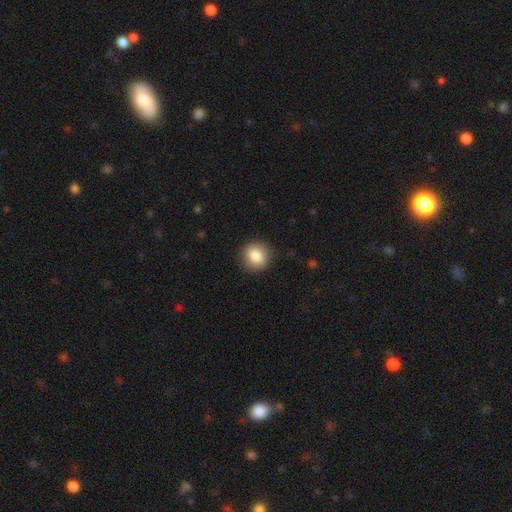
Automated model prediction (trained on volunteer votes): Smooth or featured? smooth (85%)
How rounded? round (91%)
Merging? none (90%)